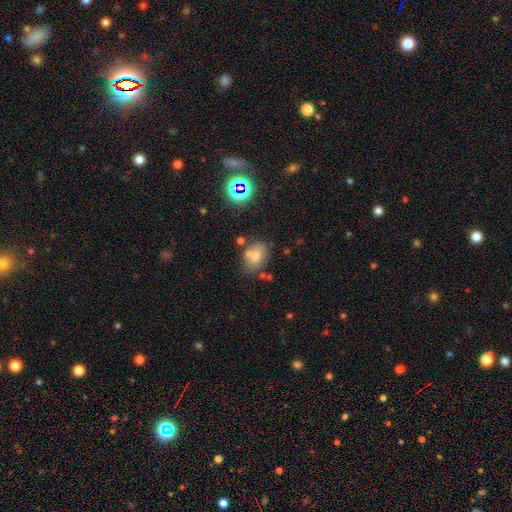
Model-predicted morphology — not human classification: smooth 65%, star or artifact 19%, featured or disk 16%. Down the decision tree: how rounded — in between (68%); merging — none (64%).